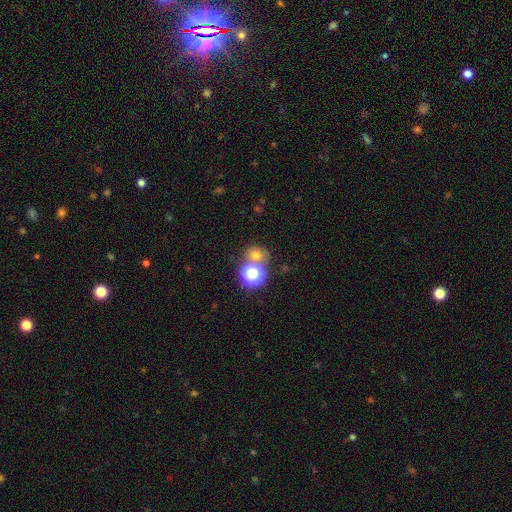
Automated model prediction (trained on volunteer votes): Overall: smooth (66%). How rounded: round (75%). Merging: none (60%; merger 27%).